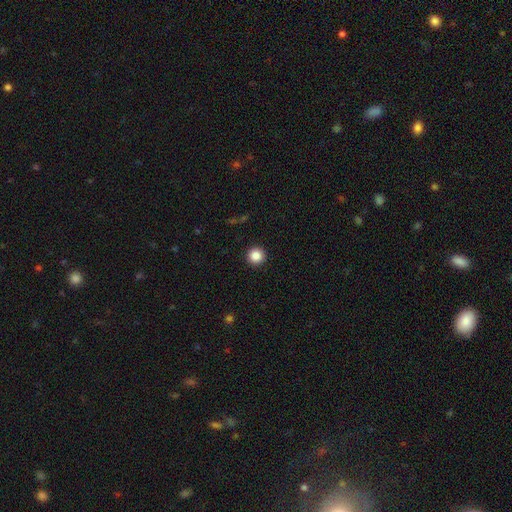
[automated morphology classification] Q: Smooth or featured?
A: smooth (86%); runner-up: star or artifact (10%)
Q: How rounded?
A: round (96%); runner-up: in between (3%)
Q: Merging?
A: none (93%); runner-up: minor disturbance (4%)